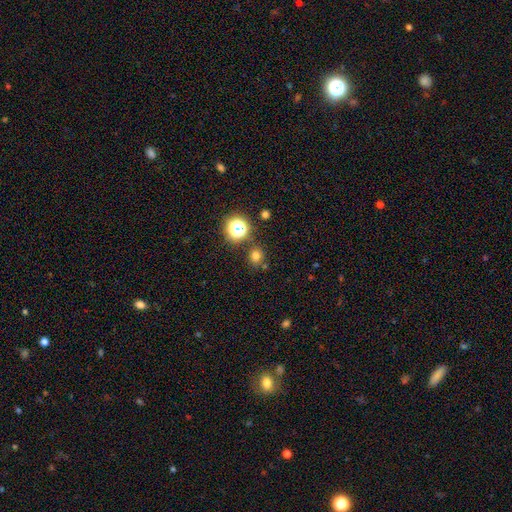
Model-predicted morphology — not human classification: smooth_or_featured: smooth (p=0.72) [alt: star or artifact p=0.22]
how_rounded: round (p=0.85) [alt: in between p=0.14]
merging: none (p=0.80) [alt: minor disturbance p=0.09]